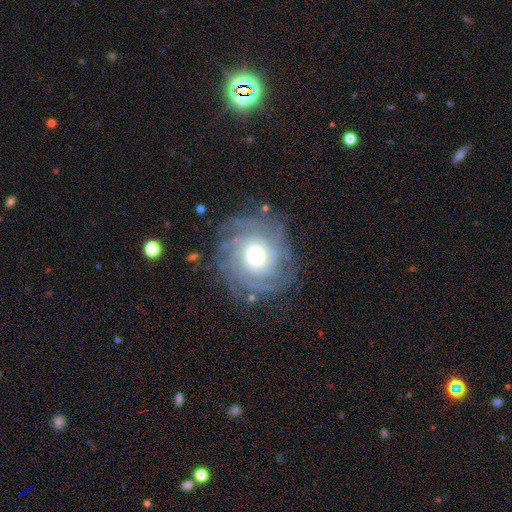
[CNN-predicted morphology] The model was most divided on "spiral arm count": can't tell: 33%, more than 4: 18%, 4: 18%, 3: 14%, 2: 10%, 1: 7%. More confident: edge-on disk — no (97%); spiral arms — yes (95%); smooth or featured — featured or disk (83%); merging — none (80%); spiral winding — tight (76%); bar — no (76%); bulge size — moderate (59%).